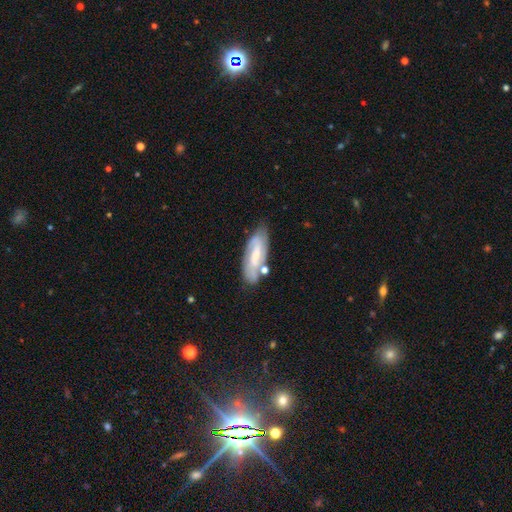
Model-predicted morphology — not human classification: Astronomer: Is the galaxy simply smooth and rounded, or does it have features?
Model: featured or disk — 62%.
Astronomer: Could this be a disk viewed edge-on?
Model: no — 86%.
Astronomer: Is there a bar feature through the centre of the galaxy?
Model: weak — 46% (runner-up: no, 29%).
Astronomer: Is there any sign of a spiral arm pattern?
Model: yes — 85%.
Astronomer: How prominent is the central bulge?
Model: small — 43% (runner-up: moderate, 41%).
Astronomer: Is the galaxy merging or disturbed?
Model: none — 66%.